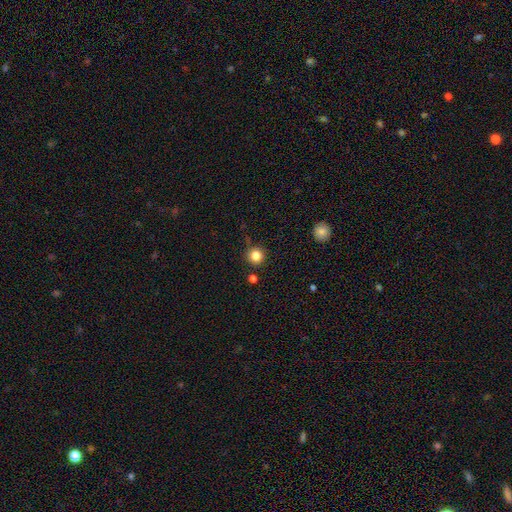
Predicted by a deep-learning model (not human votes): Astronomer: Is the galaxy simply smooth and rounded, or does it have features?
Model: smooth — 83%.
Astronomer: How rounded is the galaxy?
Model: round — 95%.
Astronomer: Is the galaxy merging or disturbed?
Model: none — 87%.